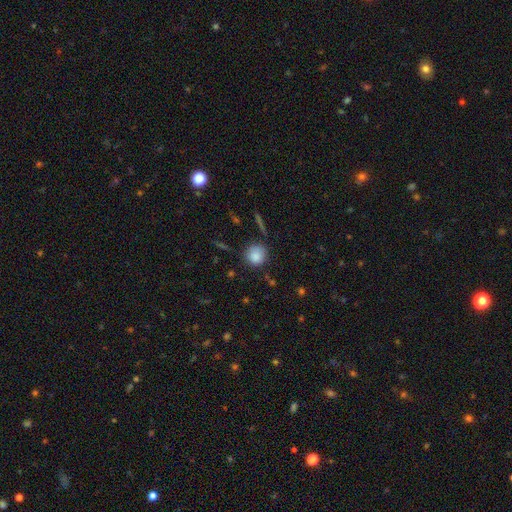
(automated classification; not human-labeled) Smooth or featured? smooth (85%)
How rounded? round (91%)
Merging? none (78%)